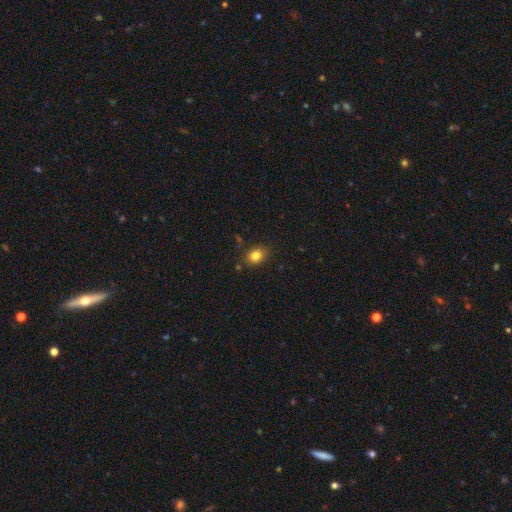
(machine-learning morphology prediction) The model was most divided on "how rounded": in between: 50%, round: 49%, cigar-shaped: 1%. More confident: merging — none (85%); smooth or featured — smooth (82%).